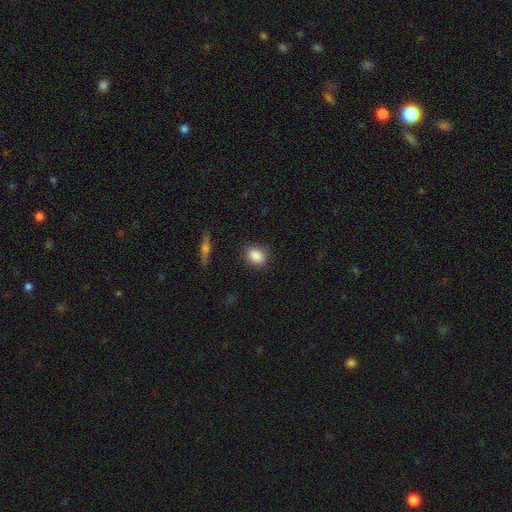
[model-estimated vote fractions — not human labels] Smooth or featured? Predicted: smooth (p=0.87). How rounded? Predicted: in between (p=0.68). Merging? Predicted: none (p=0.84).